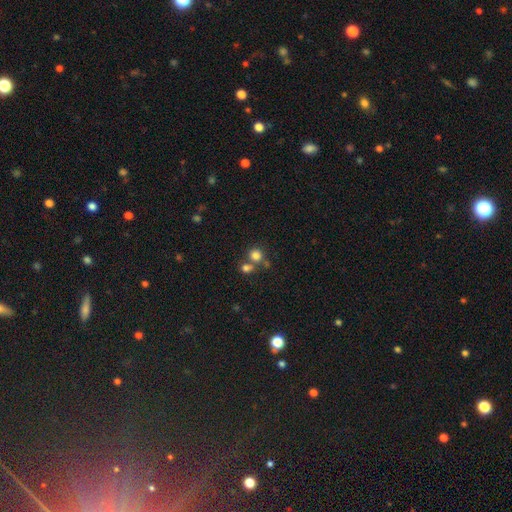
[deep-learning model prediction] A smooth galaxy with no disk features (79%) that is round (86%).

Vote fractions:
- Smooth or featured? smooth: 79% / star or artifact: 13% / featured or disk: 8%
- How rounded? round: 86% / in between: 13% / cigar-shaped: 1%
- Merging? none: 53% / merger: 36% / minor disturbance: 7% / major disturbance: 4%